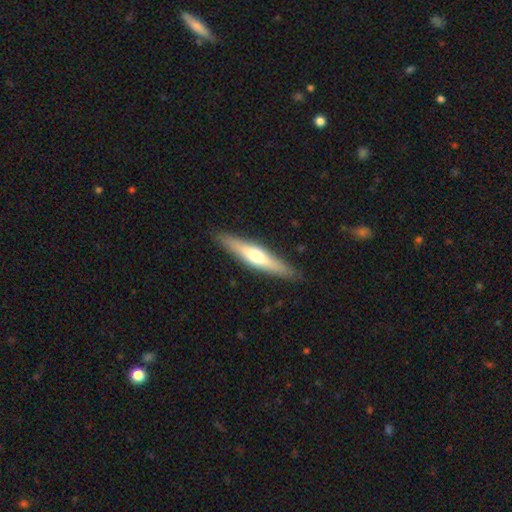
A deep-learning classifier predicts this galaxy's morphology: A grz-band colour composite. It shows a featured or disk galaxy (50%) viewed edge-on (91%). Merging: none (89%).